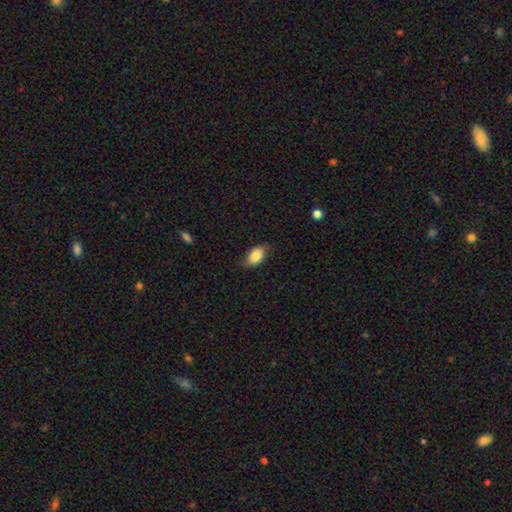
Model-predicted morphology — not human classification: The model was most divided on "merging": none: 71%, minor disturbance: 23%, major disturbance: 5%, merger: 1%. More confident: how rounded — in between (91%); smooth or featured — smooth (80%).